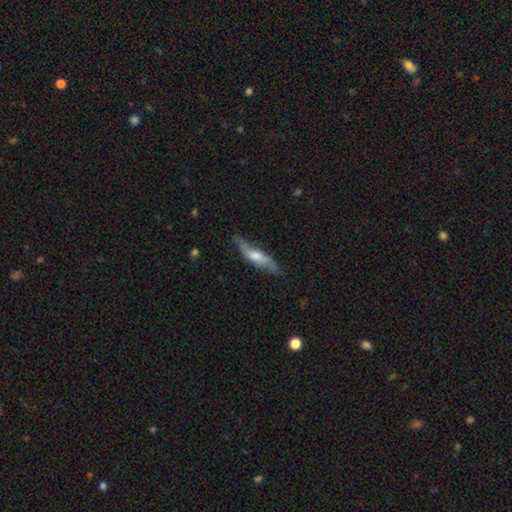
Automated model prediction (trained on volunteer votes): Q: Smooth or featured?
A: featured or disk (60%); runner-up: smooth (34%)
Q: Edge-on disk?
A: yes (59%); runner-up: no (41%)
Q: Merging?
A: none (69%); runner-up: minor disturbance (23%)